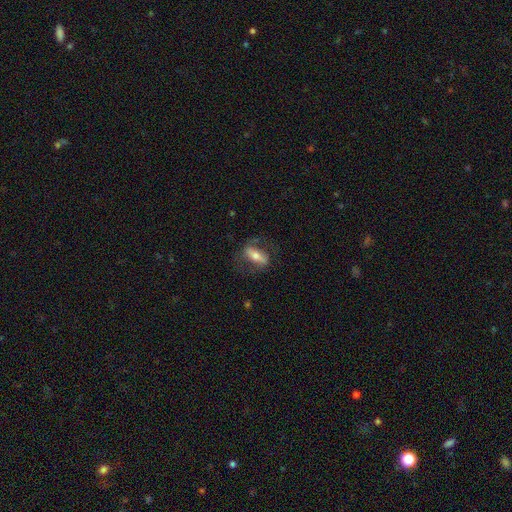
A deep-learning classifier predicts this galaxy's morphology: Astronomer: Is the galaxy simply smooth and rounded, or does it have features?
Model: featured or disk — 47% (runner-up: smooth, 46%).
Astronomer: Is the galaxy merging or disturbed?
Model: none — 65%.